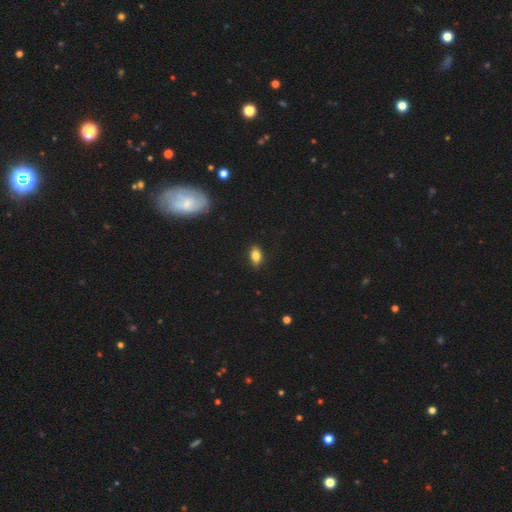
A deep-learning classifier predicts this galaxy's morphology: Overall: smooth (80%). How rounded: in between (86%). Merging: none (87%).